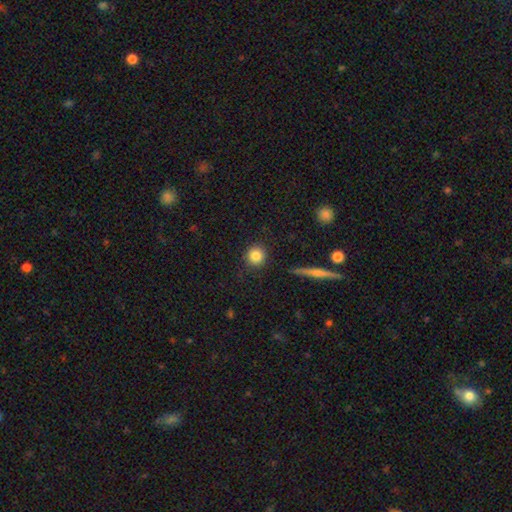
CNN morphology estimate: Smooth or featured? Predicted: smooth (p=0.84). How rounded? Predicted: round (p=0.93). Merging? Predicted: none (p=0.89).